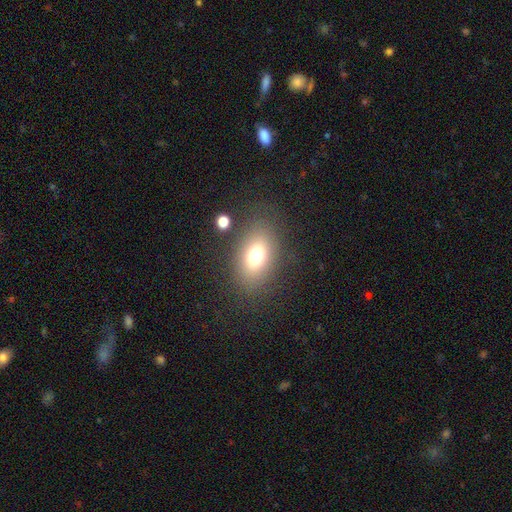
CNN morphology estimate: smooth 71%, featured or disk 15%, star or artifact 14%. Down the decision tree: how rounded — in between (79%); merging — none (79%).